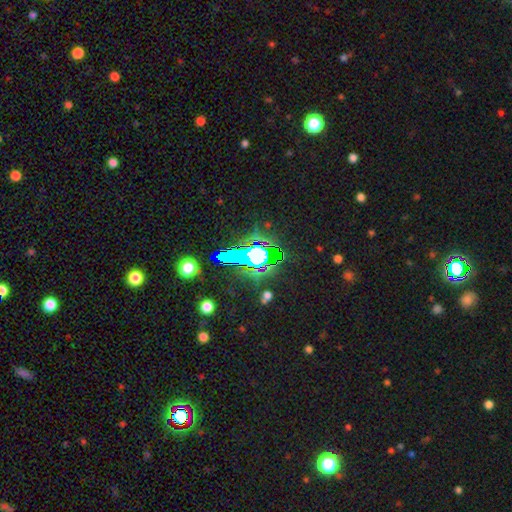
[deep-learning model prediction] Smooth or featured? Predicted: star or artifact (p=0.60).